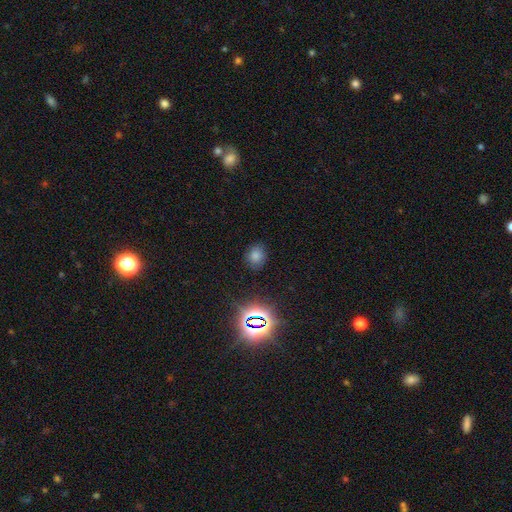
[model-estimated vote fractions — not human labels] The model was most divided on "smooth or featured": smooth: 58%, star or artifact: 34%, featured or disk: 7%. More confident: merging — none (87%); how rounded — round (70%).